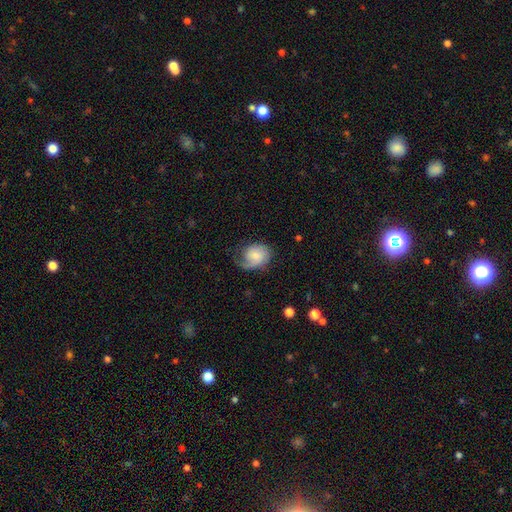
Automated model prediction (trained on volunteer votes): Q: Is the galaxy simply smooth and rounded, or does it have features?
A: featured or disk — 48%.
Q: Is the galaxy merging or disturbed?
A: none — 45%.